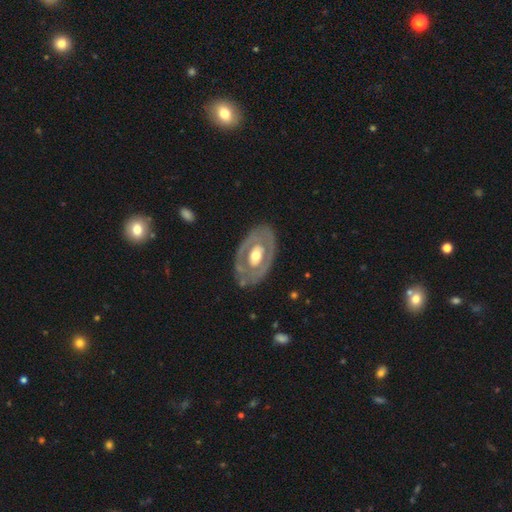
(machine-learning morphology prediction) Q: Smooth or featured?
A: featured or disk (67%); runner-up: smooth (29%)
Q: Edge-on disk?
A: no (91%); runner-up: yes (9%)
Q: Bar?
A: no (75%); runner-up: weak (17%)
Q: Spiral arms?
A: no (80%); runner-up: yes (20%)
Q: Bulge size?
A: moderate (65%); runner-up: large (23%)
Q: Merging?
A: none (78%); runner-up: minor disturbance (15%)